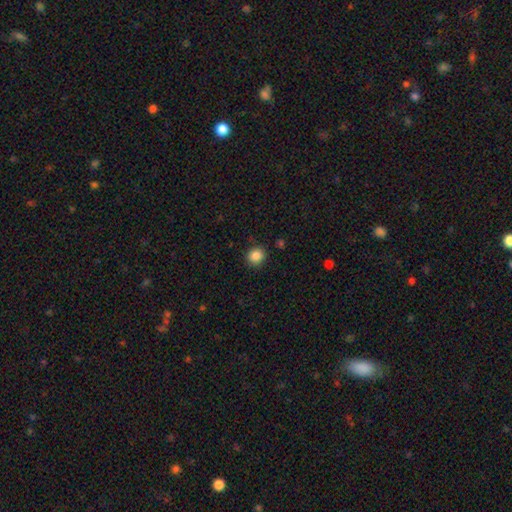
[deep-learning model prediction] Smooth or featured? smooth (86%)
How rounded? round (88%)
Merging? none (89%)